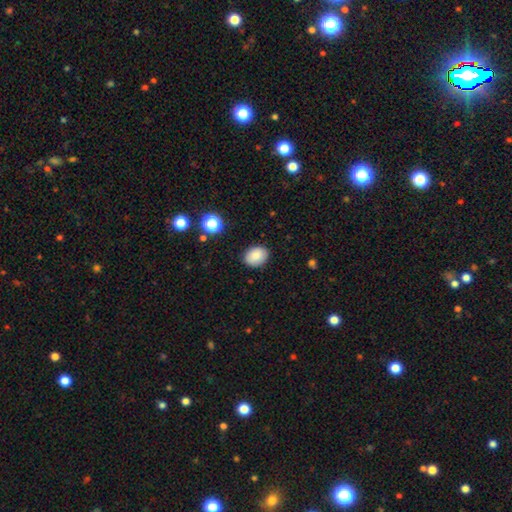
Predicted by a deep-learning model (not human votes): smooth-or-featured: smooth: 85% | star or artifact: 9% | featured or disk: 6%
  how-rounded: in between: 63% | round: 37% | cigar-shaped: 1%
  merging: none: 87% | minor disturbance: 10% | major disturbance: 2% | merger: 1%